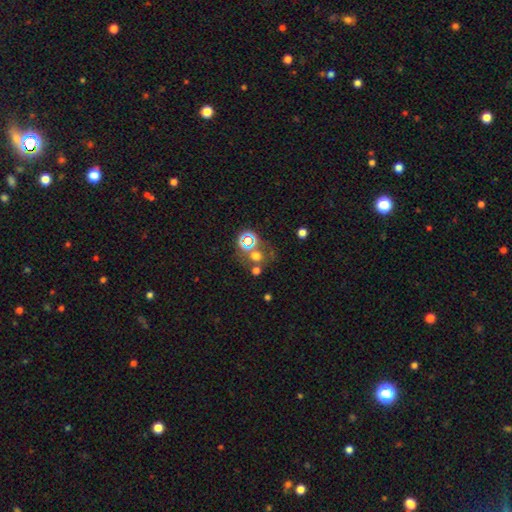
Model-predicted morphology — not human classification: smooth 49%, star or artifact 39%, featured or disk 13%. Down the decision tree: merging — none (53%).